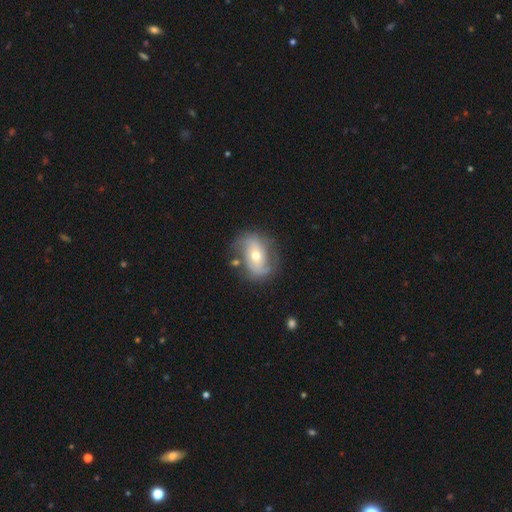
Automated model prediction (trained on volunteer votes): A featured or disk galaxy (63%) with no bar (46%), spiral arms (71%) and a moderate central bulge (63%).

Vote fractions:
- Smooth or featured? featured or disk: 63% / smooth: 30% / star or artifact: 8%
- Edge-on disk? no: 93% / yes: 7%
- Bar? no: 46% / weak: 30% / strong: 24%
- Spiral arms? yes: 71% / no: 29%
- Bulge size? moderate: 63% / small: 31% / large: 4% / dominant: 1% / none: 1%
- Merging? none: 66% / minor disturbance: 21% / major disturbance: 9% / merger: 4%